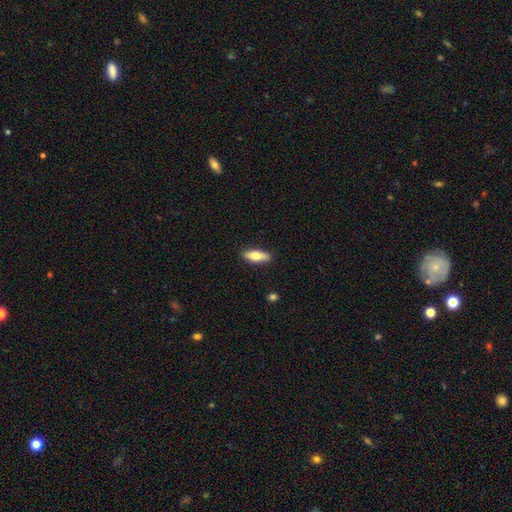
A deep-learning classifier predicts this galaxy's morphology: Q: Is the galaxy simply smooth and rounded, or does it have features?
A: smooth — 61%.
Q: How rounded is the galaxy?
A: in between — 58%.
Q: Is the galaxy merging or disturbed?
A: none — 89%.